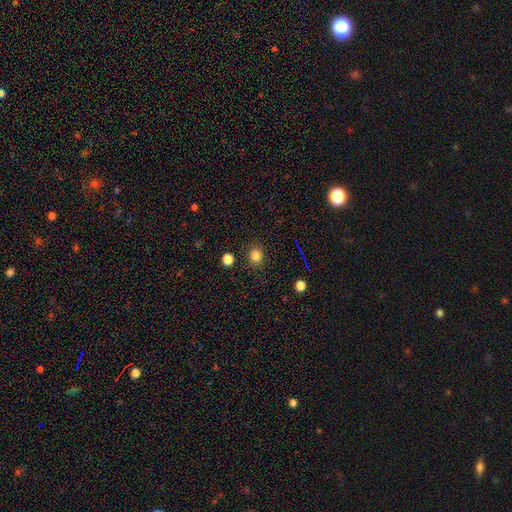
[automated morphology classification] Smooth or featured? Predicted: smooth (p=0.82). How rounded? Predicted: round (p=0.75). Merging? Predicted: none (p=0.87).